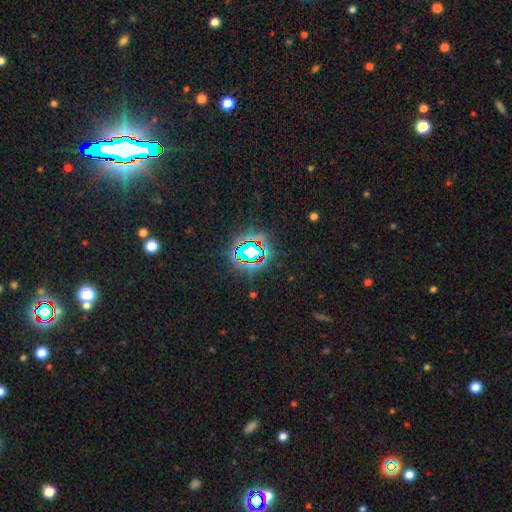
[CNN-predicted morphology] A star or artifact, not a galaxy (75%).